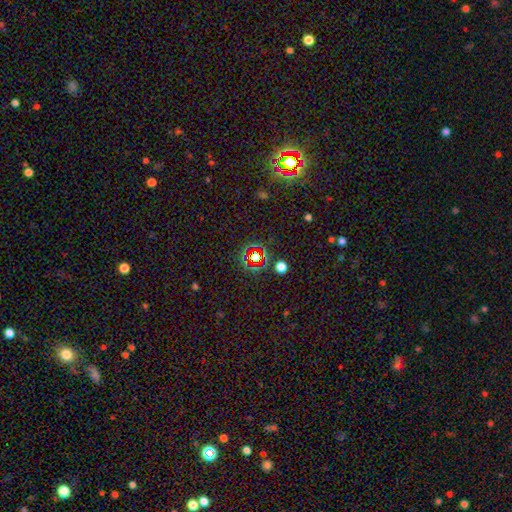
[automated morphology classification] Smooth or featured? Predicted: star or artifact (p=0.66).